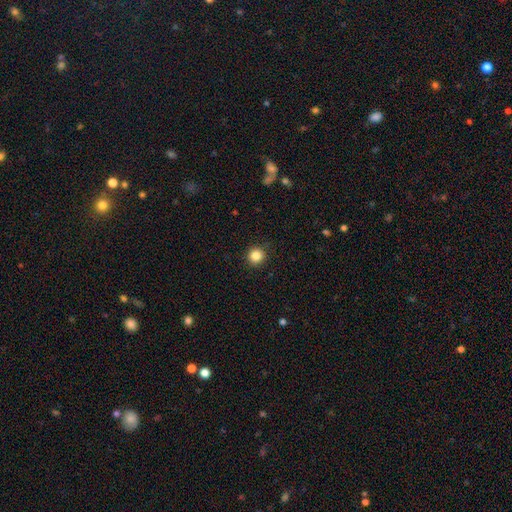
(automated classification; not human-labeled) Smooth or featured: smooth — 85% (star or artifact — 11%)
How rounded: round — 94% (in between — 5%)
Merging: none — 92% (minor disturbance — 5%)